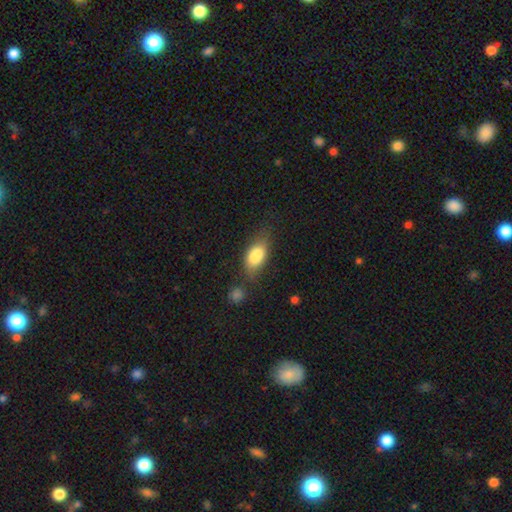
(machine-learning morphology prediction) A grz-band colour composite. It shows a smooth galaxy with no disk features (82%) that is in between round and cigar-shaped (86%). Merging: none (55%).